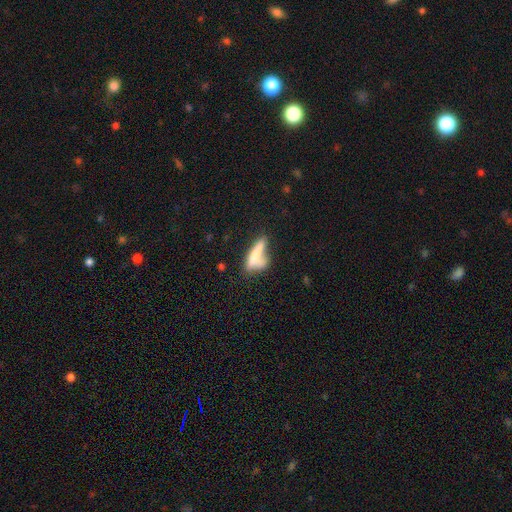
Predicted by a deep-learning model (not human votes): smooth_or_featured: smooth (p=0.64) [alt: featured or disk p=0.27]
how_rounded: cigar-shaped (p=0.75) [alt: in between p=0.22]
merging: none (p=0.40) [alt: merger p=0.27]